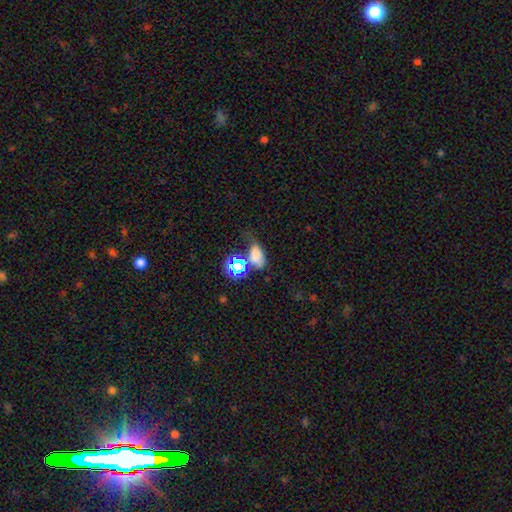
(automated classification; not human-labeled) The model was most divided on "merging": none: 40%, minor disturbance: 25%, merger: 18%, major disturbance: 18%. More confident: how rounded — in between (84%); smooth or featured — smooth (65%).